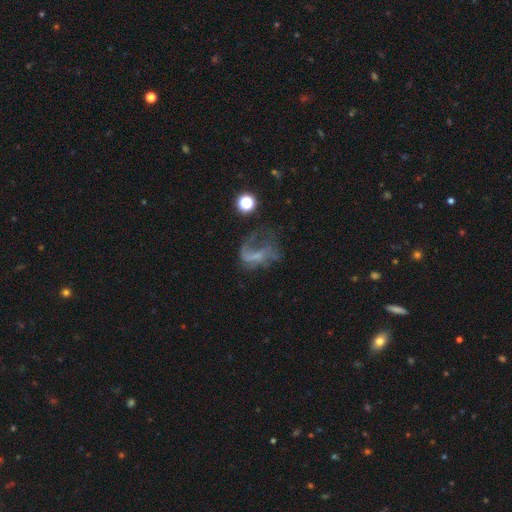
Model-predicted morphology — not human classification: Smooth or featured?
  - featured or disk: 57% *
  - smooth: 26%
  - star or artifact: 17%
Edge-on disk?
  - no: 96% *
  - yes: 4%
Bar?
  - no: 60% *
  - weak: 28%
  - strong: 12%
Spiral arms?
  - yes: 50% * (tied)
  - no: 50% * (tied)
Bulge size?
  - none: 55% *
  - small: 32%
  - moderate: 10%
  - large: 2%
  - dominant: 1%
Merging?
  - major disturbance: 50% *
  - none: 27%
  - minor disturbance: 18%
  - merger: 5%